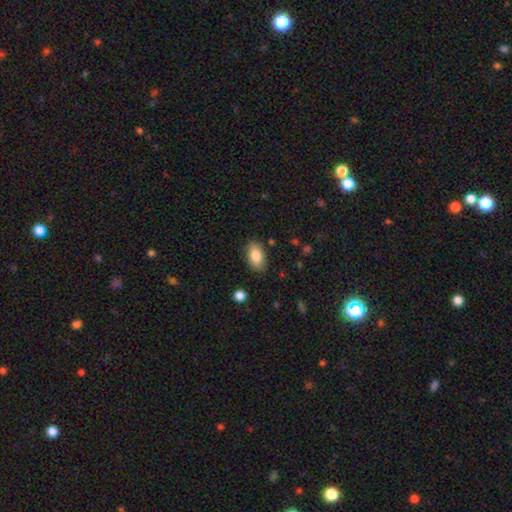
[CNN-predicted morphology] Smooth or featured? smooth (85%)
How rounded? in between (92%)
Merging? none (85%)